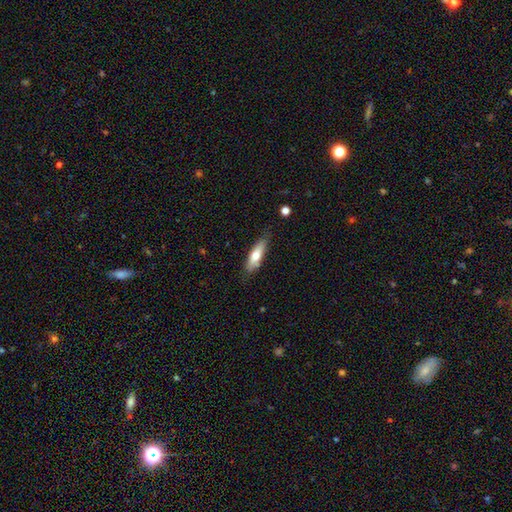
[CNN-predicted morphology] Q: Smooth or featured?
A: smooth (65%); runner-up: featured or disk (29%)
Q: How rounded?
A: cigar-shaped (53%); runner-up: in between (45%)
Q: Merging?
A: none (75%); runner-up: minor disturbance (19%)